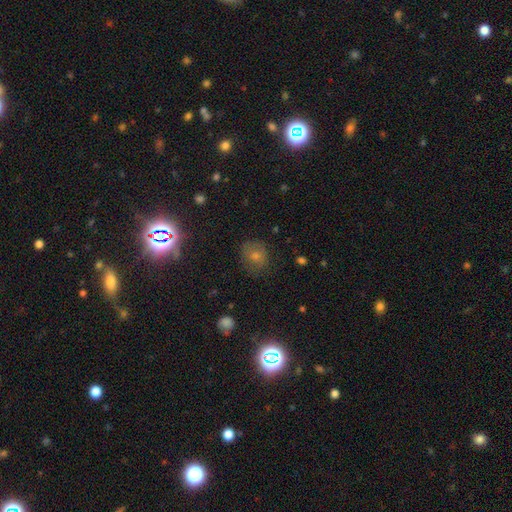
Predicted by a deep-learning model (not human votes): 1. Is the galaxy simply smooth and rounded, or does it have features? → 46% smooth, 38% star or artifact, 16% featured or disk.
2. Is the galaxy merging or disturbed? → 79% none, 14% minor disturbance, 5% major disturbance, 2% merger.